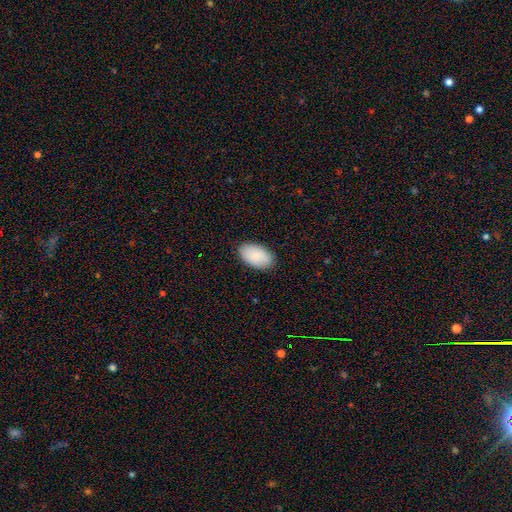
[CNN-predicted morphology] A smooth galaxy with no disk features (88%) that is in between round and cigar-shaped (95%).

Vote fractions:
- Smooth or featured? smooth: 88% / star or artifact: 6% / featured or disk: 6%
- How rounded? in between: 95% / round: 4% / cigar-shaped: 1%
- Merging? none: 88% / minor disturbance: 9% / major disturbance: 2% / merger: 1%